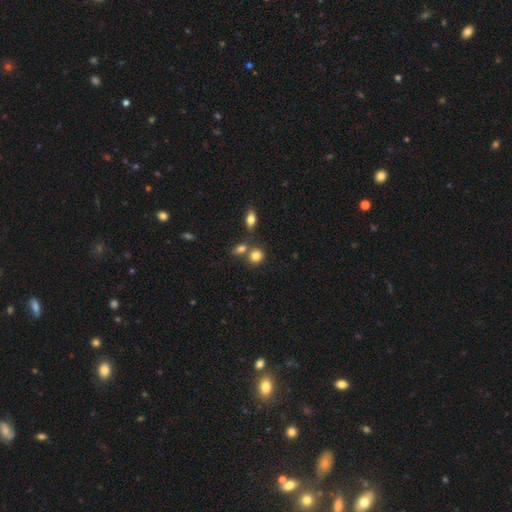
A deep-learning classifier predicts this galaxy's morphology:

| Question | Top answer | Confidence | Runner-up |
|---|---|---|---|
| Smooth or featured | smooth | 81% | star or artifact (11%) |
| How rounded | round | 74% | in between (24%) |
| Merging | none | 59% | merger (27%) |